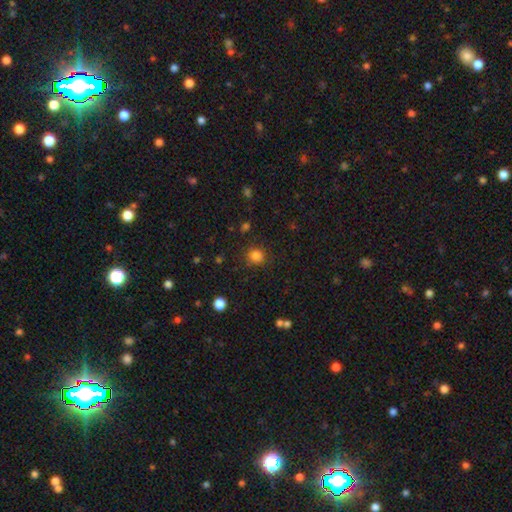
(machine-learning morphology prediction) Smooth or featured? Predicted: smooth (p=0.82). How rounded? Predicted: round (p=0.88). Merging? Predicted: none (p=0.85).